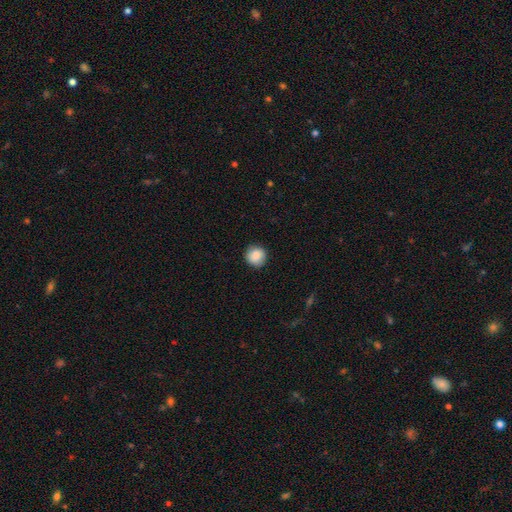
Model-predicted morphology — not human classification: Q: Smooth or featured?
A: smooth (86%); runner-up: star or artifact (8%)
Q: How rounded?
A: round (93%); runner-up: in between (6%)
Q: Merging?
A: none (90%); runner-up: minor disturbance (8%)